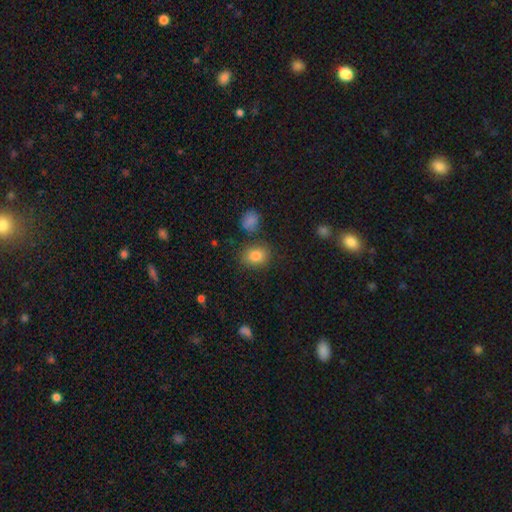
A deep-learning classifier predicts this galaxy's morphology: smooth 83%, star or artifact 10%, featured or disk 6%. Down the decision tree: how rounded — in between (57%); merging — none (76%).